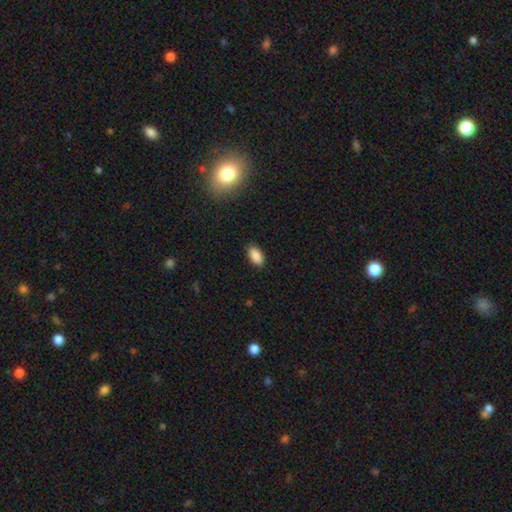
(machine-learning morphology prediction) Smooth or featured?
  - smooth: 89% *
  - star or artifact: 8%
  - featured or disk: 3%
How rounded?
  - in between: 93% *
  - round: 4%
  - cigar-shaped: 3%
Merging?
  - none: 88% *
  - minor disturbance: 9%
  - major disturbance: 2%
  - merger: 1%